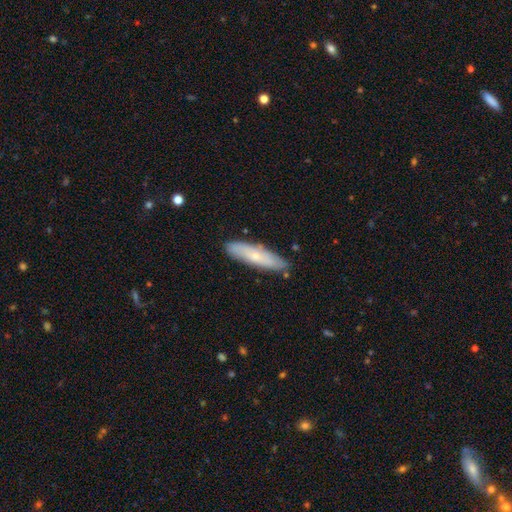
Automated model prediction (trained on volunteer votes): This appears to be a smooth galaxy with no disk features (58%) that is cigar-shaped (72%). Merging: none (83%).